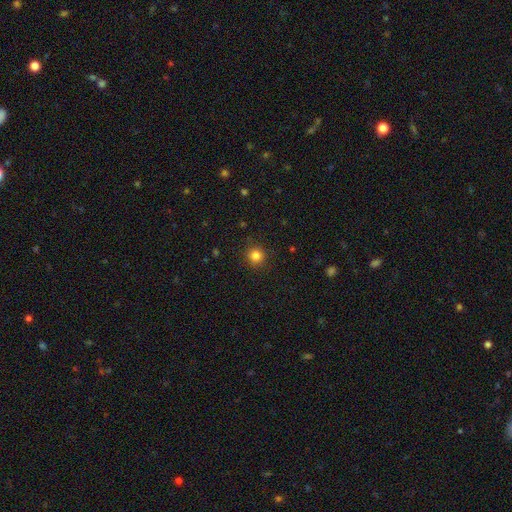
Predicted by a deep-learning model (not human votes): Morphology: type=smooth (83%); roundness=round (94%); merging=none (90%).